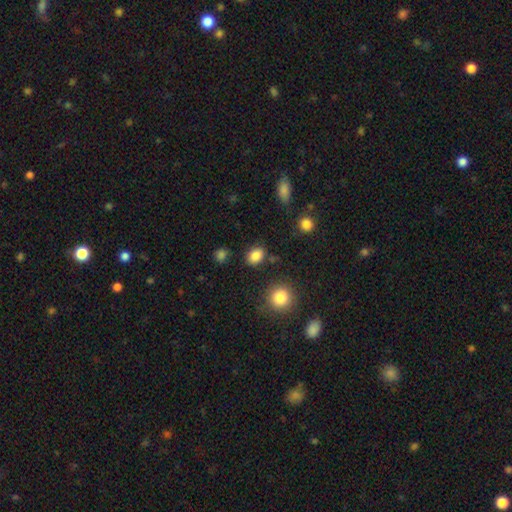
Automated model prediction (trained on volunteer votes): Smooth or featured?
  - smooth: 85% *
  - star or artifact: 11%
  - featured or disk: 4%
How rounded?
  - in between: 66% *
  - round: 33%
  - cigar-shaped: 1%
Merging?
  - none: 81% *
  - minor disturbance: 11%
  - merger: 4%
  - major disturbance: 3%